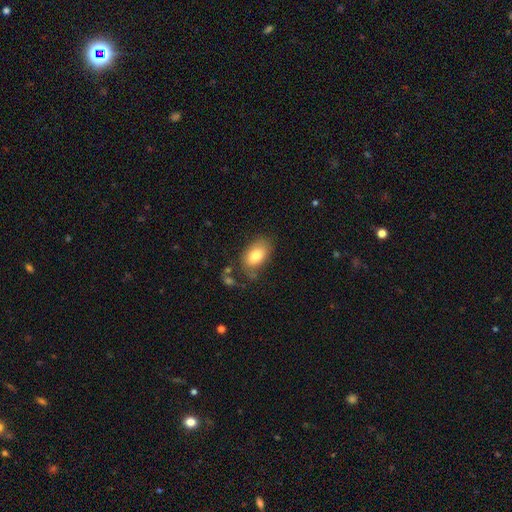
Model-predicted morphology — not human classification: Smooth or featured? smooth (82%)
How rounded? in between (92%)
Merging? none (65%)